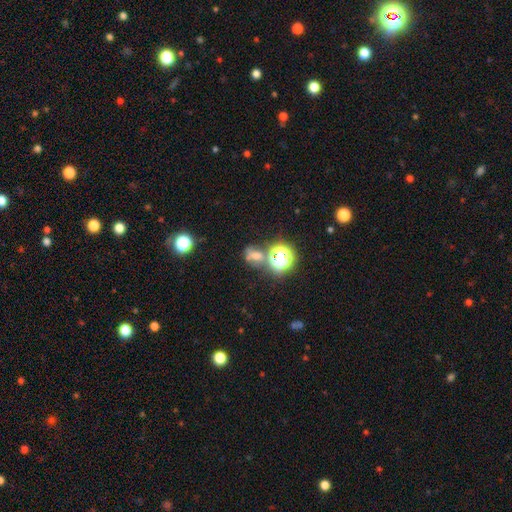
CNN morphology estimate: type=smooth (43%); merging=none (49%).